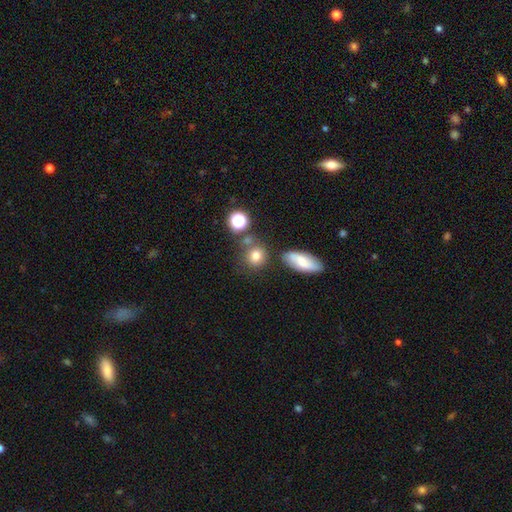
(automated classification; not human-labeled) A smooth galaxy with no disk features (78%) that is round (79%).

Vote fractions:
- Smooth or featured? smooth: 78% / star or artifact: 13% / featured or disk: 9%
- How rounded? round: 79% / in between: 19% / cigar-shaped: 2%
- Merging? none: 68% / merger: 14% / minor disturbance: 13% / major disturbance: 5%